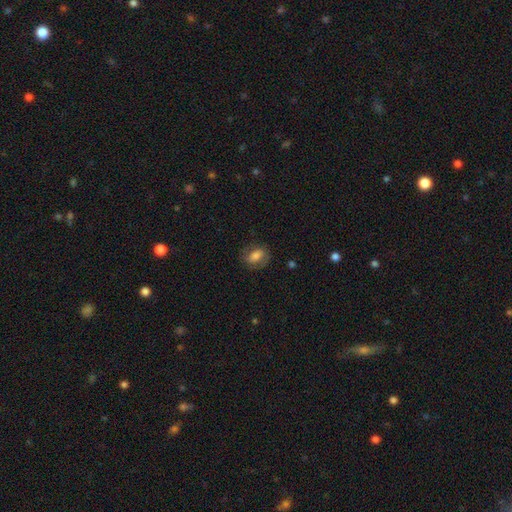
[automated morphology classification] This appears to be a smooth galaxy with no disk features (64%) that is in between round and cigar-shaped (74%). Merging: none (73%).